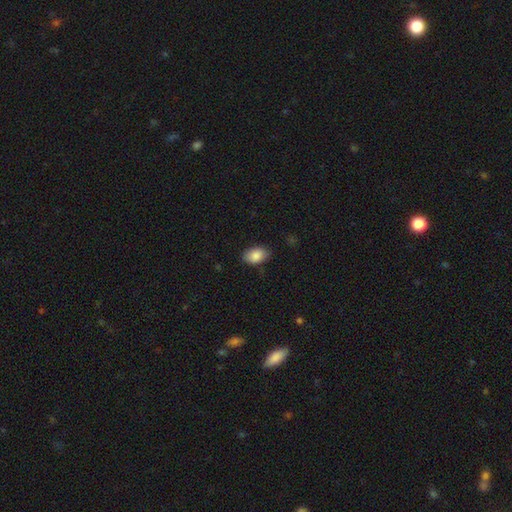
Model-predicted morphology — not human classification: Smooth or featured?
  - smooth: 88% *
  - star or artifact: 7%
  - featured or disk: 5%
How rounded?
  - in between: 88% *
  - round: 10%
  - cigar-shaped: 1%
Merging?
  - none: 82% *
  - minor disturbance: 14%
  - major disturbance: 3%
  - merger: 1%